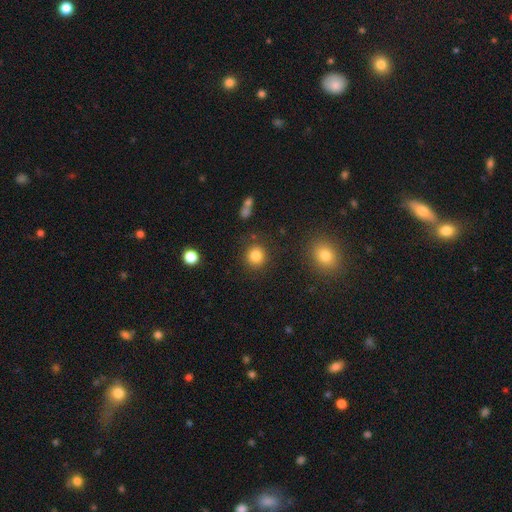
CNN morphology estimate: smooth-or-featured: smooth: 83% | star or artifact: 11% | featured or disk: 6%
  how-rounded: round: 90% | in between: 9% | cigar-shaped: 1%
  merging: none: 86% | minor disturbance: 8% | merger: 3% | major disturbance: 3%